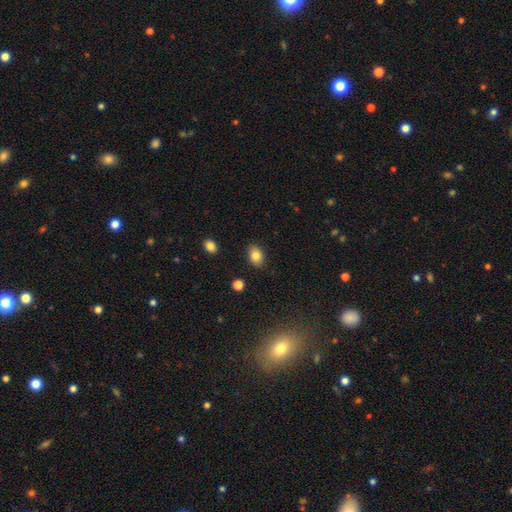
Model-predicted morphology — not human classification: This appears to be a smooth galaxy with no disk features (84%) that is in between round and cigar-shaped (77%). Merging: none (86%).